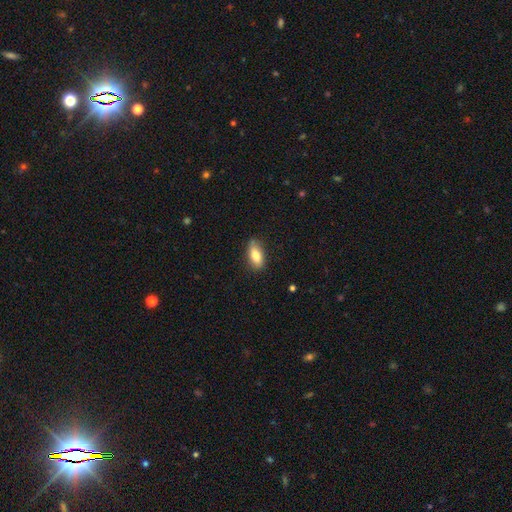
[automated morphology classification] Smooth or featured: smooth — 81% (featured or disk — 12%)
How rounded: in between — 85% (cigar-shaped — 11%)
Merging: none — 78% (minor disturbance — 17%)